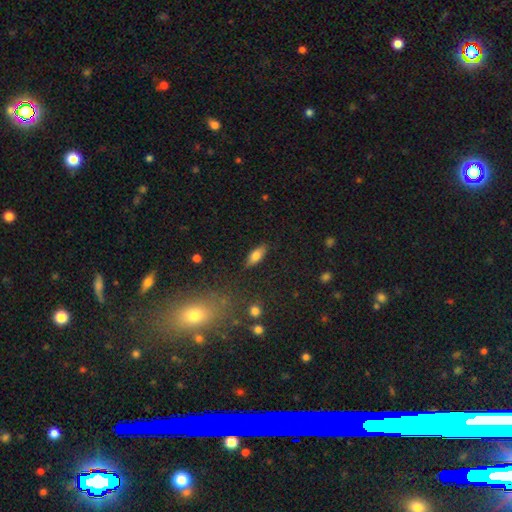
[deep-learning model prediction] This appears to be a smooth galaxy with no disk features (74%) that is in between round and cigar-shaped (77%). Merging: none (85%).